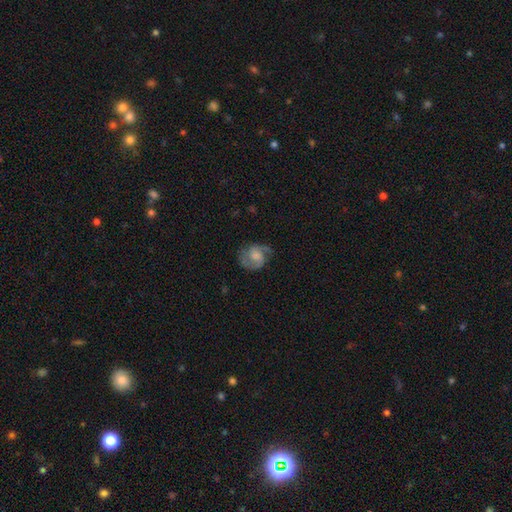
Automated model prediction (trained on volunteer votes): The model was most divided on "bulge size": moderate: 35%, large: 22%, none: 20%, small: 20%, dominant: 3%. Remaining: edge-on disk — no (98%); spiral arms — yes (91%); spiral arm count — 2 (76%); smooth or featured — featured or disk (65%); bar — no (63%); merging — none (63%); spiral winding — medium (49%).